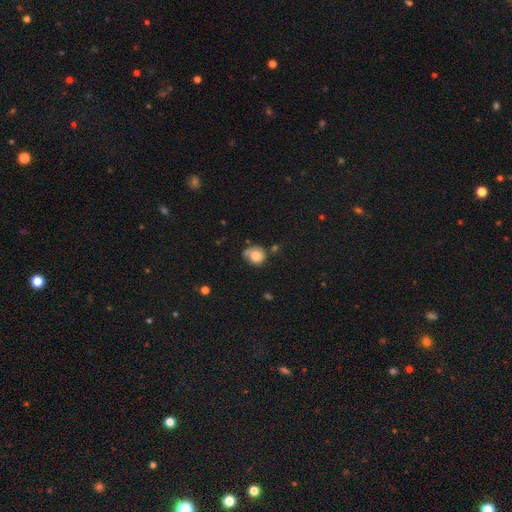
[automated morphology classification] Smooth or featured? Predicted: smooth (p=0.72). How rounded? Predicted: round (p=0.76). Merging? Predicted: none (p=0.47).